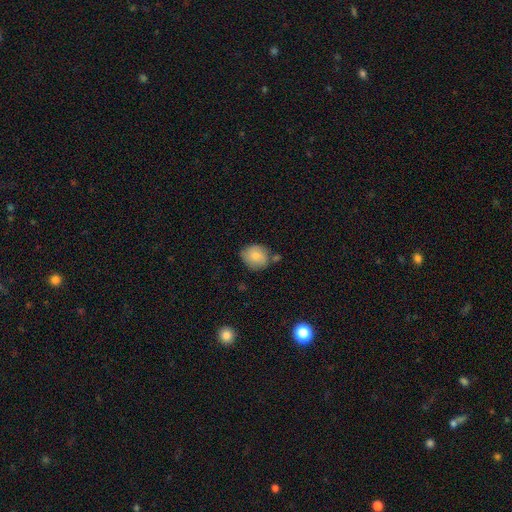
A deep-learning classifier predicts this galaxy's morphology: A smooth galaxy with no disk features (81%) that is round (70%).

Vote fractions:
- Smooth or featured? smooth: 81% / featured or disk: 12% / star or artifact: 7%
- How rounded? round: 70% / in between: 29% / cigar-shaped: 1%
- Merging? none: 65% / minor disturbance: 21% / merger: 9% / major disturbance: 4%